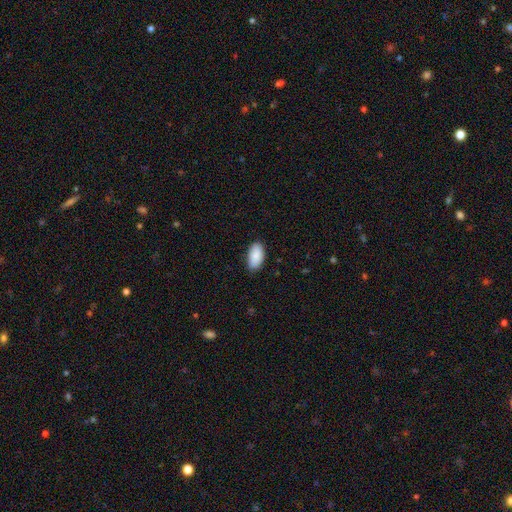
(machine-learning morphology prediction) A smooth galaxy with no disk features (90%) that is in between round and cigar-shaped (95%). Merging: none (85%).